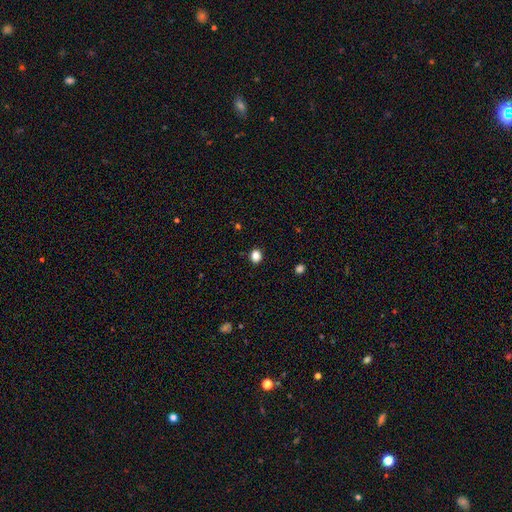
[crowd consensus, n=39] Smooth or featured: smooth — 95% (star or artifact — 5%)
How rounded: round — 81% (in between — 19%)
Merging: none — 97% (minor disturbance — 3%)